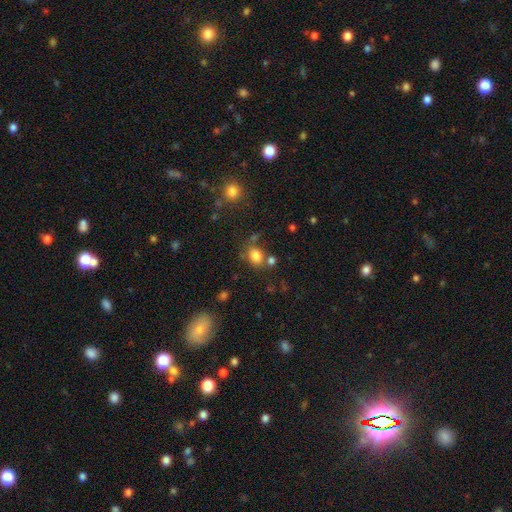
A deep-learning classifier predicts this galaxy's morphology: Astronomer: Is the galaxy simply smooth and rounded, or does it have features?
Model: smooth — 80%.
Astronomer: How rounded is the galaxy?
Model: in between — 53% (runner-up: round, 46%).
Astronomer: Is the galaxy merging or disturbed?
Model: none — 63%.